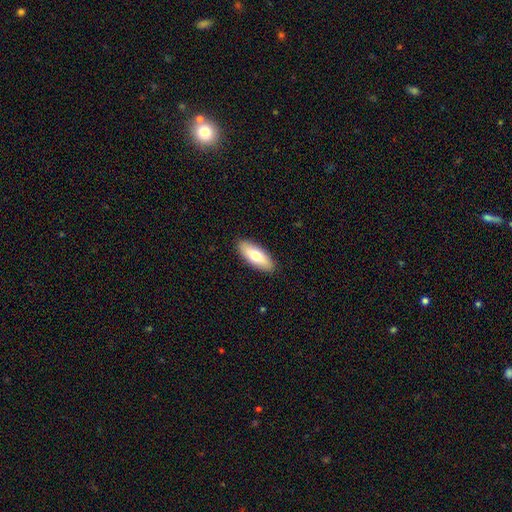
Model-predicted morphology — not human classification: type=smooth (73%); roundness=in between (76%); merging=none (90%).